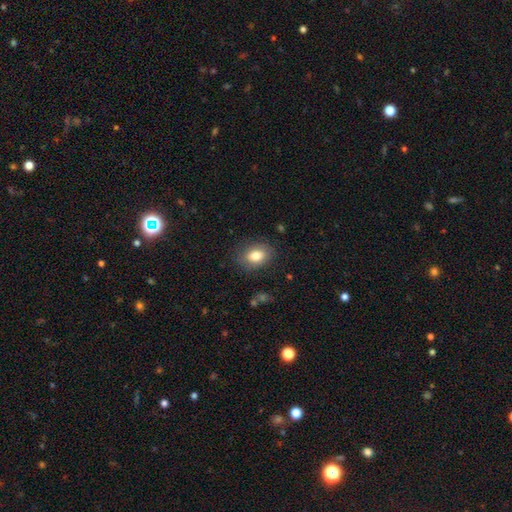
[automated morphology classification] smooth_or_featured: smooth (p=0.80) [alt: featured or disk p=0.12]
how_rounded: in between (p=0.73) [alt: round p=0.26]
merging: none (p=0.82) [alt: minor disturbance p=0.13]